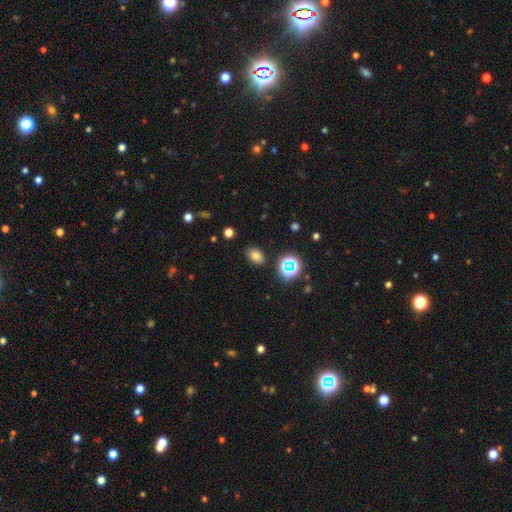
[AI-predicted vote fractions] Smooth or featured: smooth — 75% (star or artifact — 18%)
How rounded: in between — 75% (round — 24%)
Merging: none — 85% (minor disturbance — 9%)